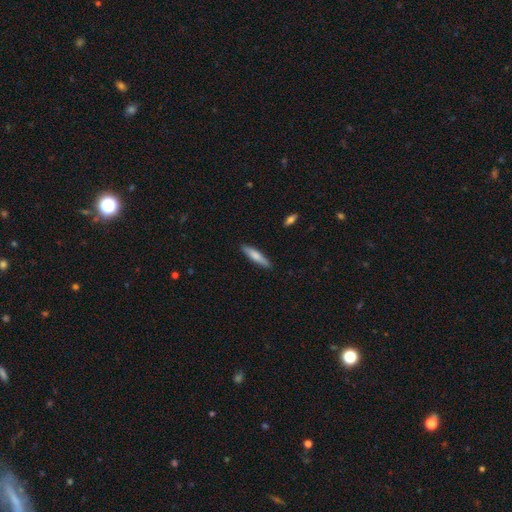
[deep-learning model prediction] A smooth galaxy with no disk features (71%) that is cigar-shaped (81%).

Vote fractions:
- Smooth or featured? smooth: 71% / featured or disk: 23% / star or artifact: 5%
- How rounded? cigar-shaped: 81% / in between: 17% / round: 1%
- Merging? none: 88% / minor disturbance: 9% / major disturbance: 2% / merger: 1%